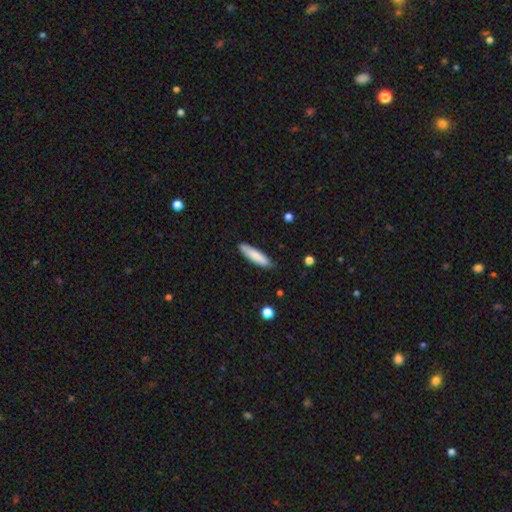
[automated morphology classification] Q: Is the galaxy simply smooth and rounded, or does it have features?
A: smooth — 82%.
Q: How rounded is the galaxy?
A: cigar-shaped — 76%.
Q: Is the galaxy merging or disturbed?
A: none — 84%.